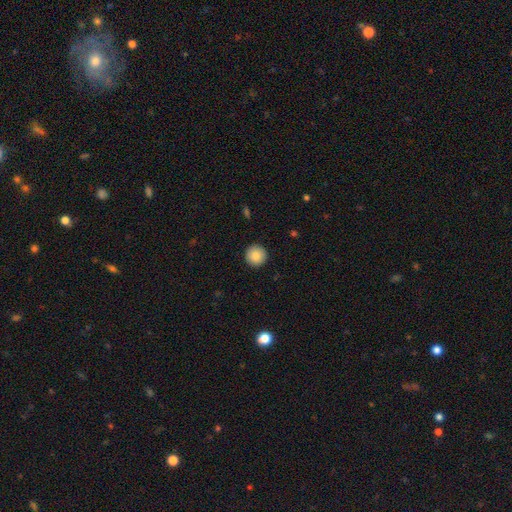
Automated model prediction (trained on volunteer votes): smooth_or_featured: smooth (p=0.85) [alt: star or artifact p=0.08]
how_rounded: round (p=0.96) [alt: in between p=0.03]
merging: none (p=0.92) [alt: minor disturbance p=0.05]